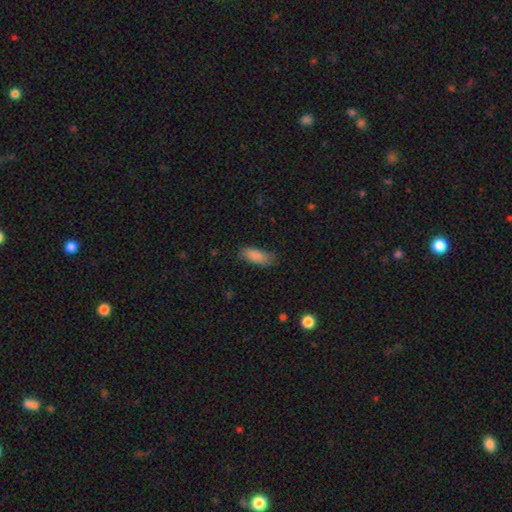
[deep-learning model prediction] Smooth or featured? Predicted: smooth (p=0.87). How rounded? Predicted: in between (p=0.77). Merging? Predicted: none (p=0.67).